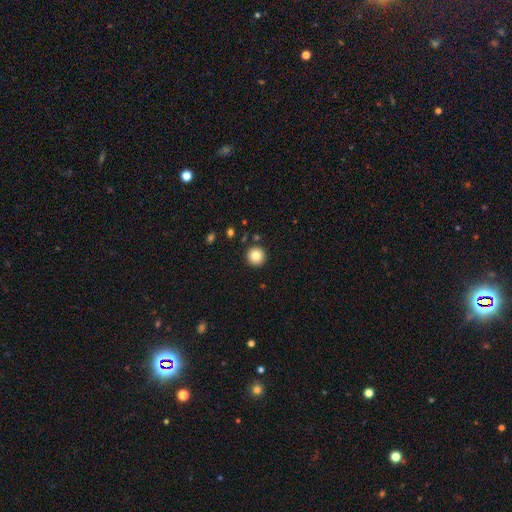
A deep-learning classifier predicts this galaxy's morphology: This appears to be a smooth galaxy with no disk features (83%) that is round (96%). Merging: none (92%).